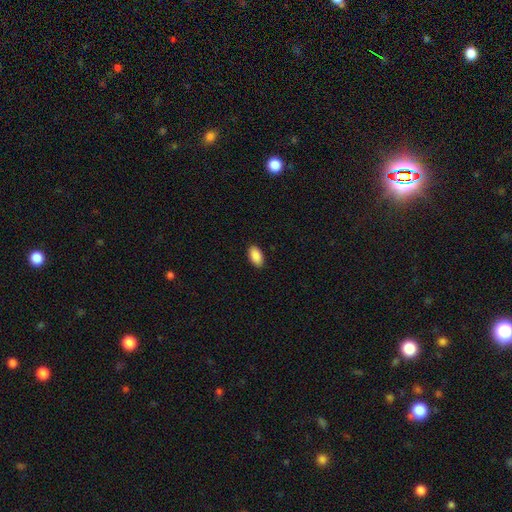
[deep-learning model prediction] Smooth or featured: smooth — 90% (star or artifact — 7%)
How rounded: in between — 95% (round — 3%)
Merging: none — 89% (minor disturbance — 8%)